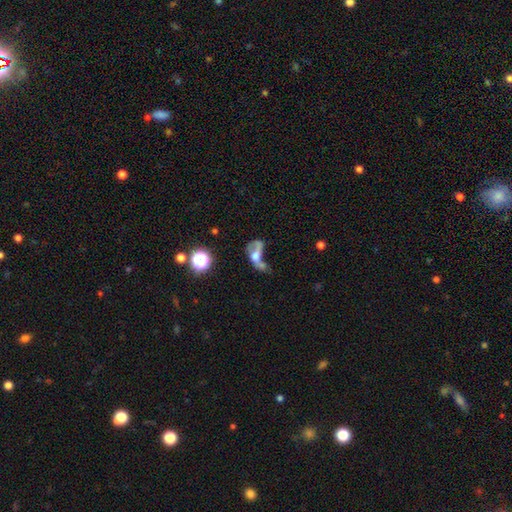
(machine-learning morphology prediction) Smooth or featured? featured or disk (52%)
Edge-on disk? no (94%)
Merging? merger (38%)